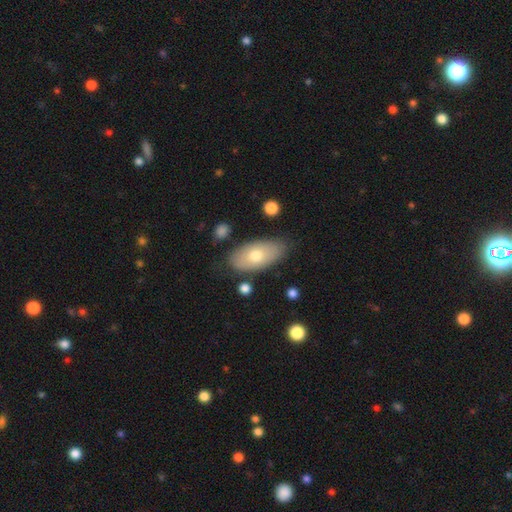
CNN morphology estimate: Overall: smooth (67%; featured or disk 27%). How rounded: in between (92%). Merging: none (78%).